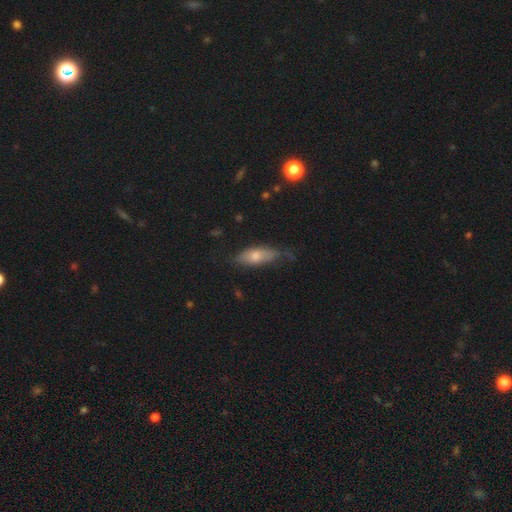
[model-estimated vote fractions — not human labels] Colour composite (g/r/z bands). It shows a smooth galaxy with no disk features (56%) that is in between round and cigar-shaped (55%). Merging: none (60%).